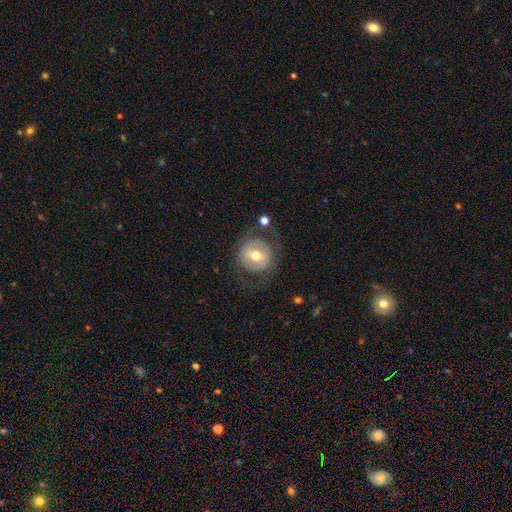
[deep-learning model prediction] A featured or disk galaxy (47%).

Vote fractions:
- Smooth or featured? featured or disk: 47% / smooth: 46% / star or artifact: 7%
- Merging? none: 70% / minor disturbance: 15% / major disturbance: 12% / merger: 3%